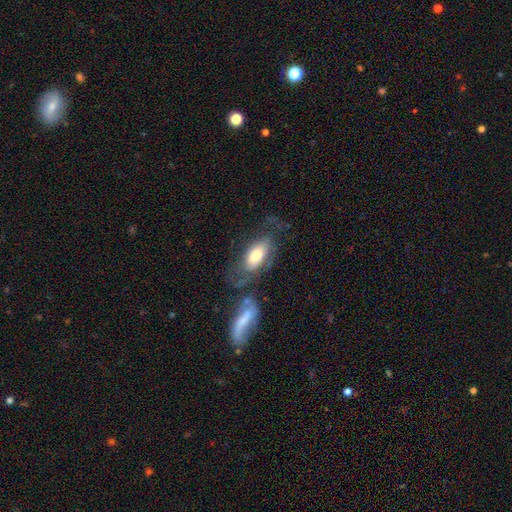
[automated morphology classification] This appears to be a smooth galaxy with no disk features (54%) that is in between round and cigar-shaped (88%). Merging: none (41%).